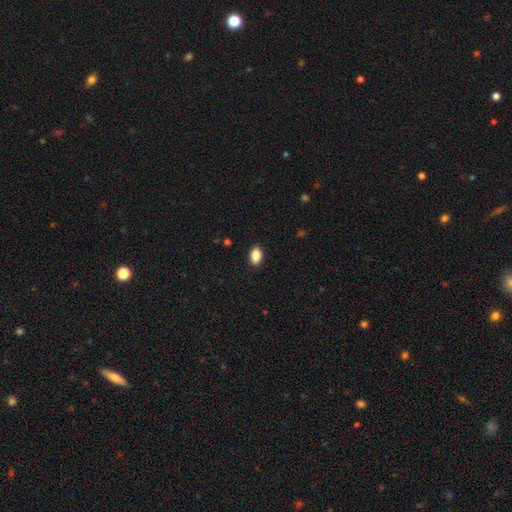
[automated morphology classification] smooth 88%, star or artifact 8%, featured or disk 4%. Down the decision tree: how rounded — in between (90%); merging — none (89%).